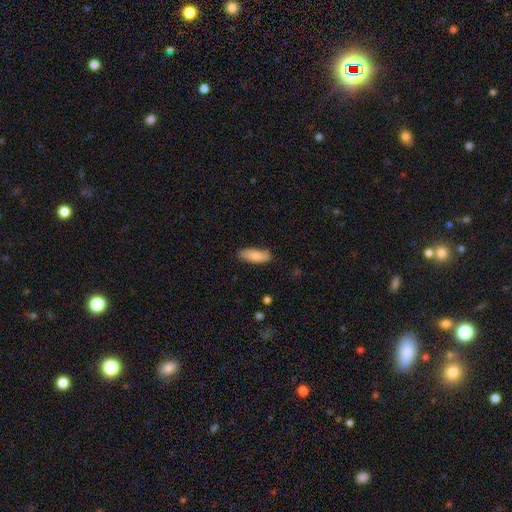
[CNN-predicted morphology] smooth_or_featured: smooth (p=0.84) [alt: featured or disk p=0.10]
how_rounded: in between (p=0.67) [alt: cigar-shaped p=0.31]
merging: none (p=0.82) [alt: minor disturbance p=0.14]